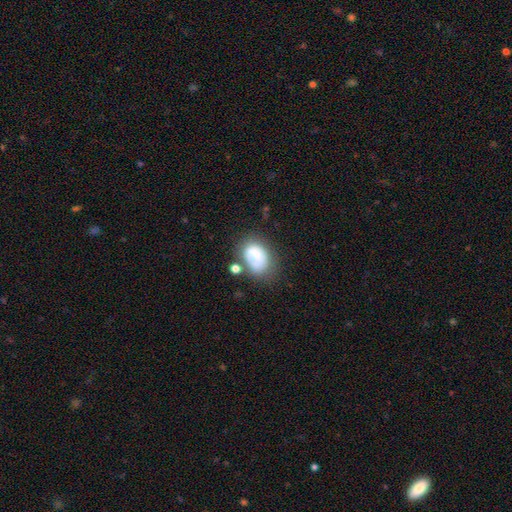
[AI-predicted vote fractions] This is likely a smooth galaxy (61%). How rounded: likely in between (72%). Merging: marginally none (45%).